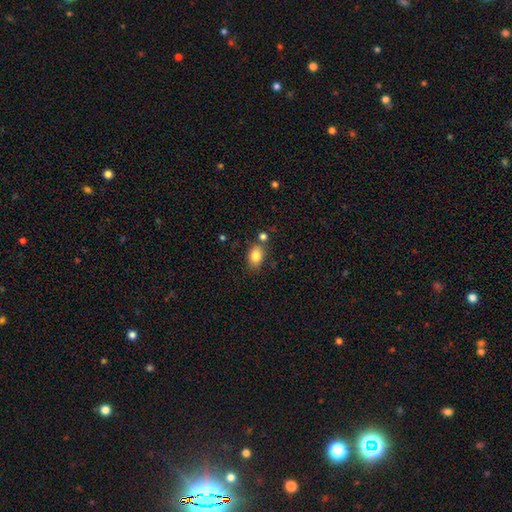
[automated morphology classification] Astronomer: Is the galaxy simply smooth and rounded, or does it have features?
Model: smooth — 83%.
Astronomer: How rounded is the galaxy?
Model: in between — 76%.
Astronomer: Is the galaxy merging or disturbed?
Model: none — 71%.